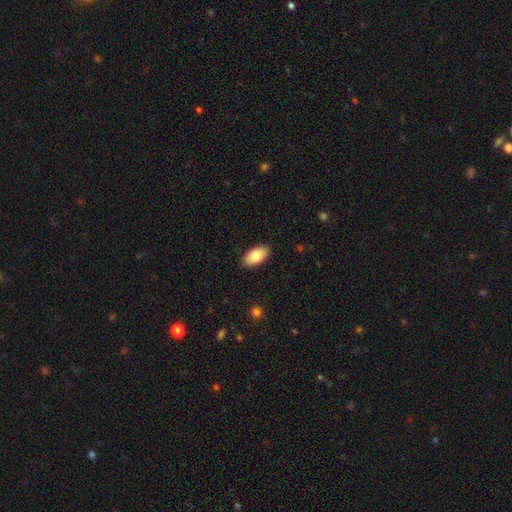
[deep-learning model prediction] smooth-or-featured: smooth: 81% | featured or disk: 13% | star or artifact: 6%
  how-rounded: in between: 94% | round: 3% | cigar-shaped: 3%
  merging: none: 88% | minor disturbance: 9% | major disturbance: 2% | merger: 1%